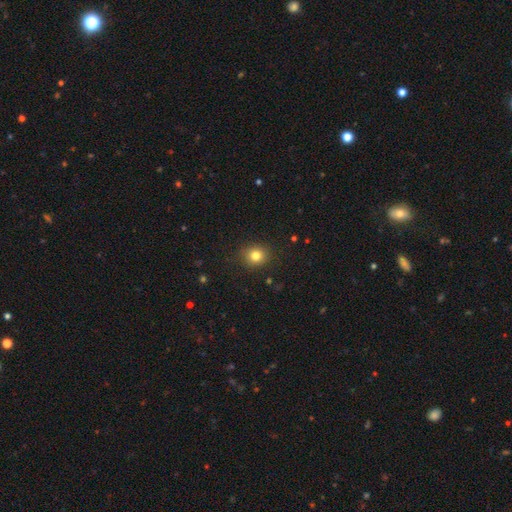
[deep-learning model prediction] Overall: smooth (80%). How rounded: round (82%). Merging: none (89%).